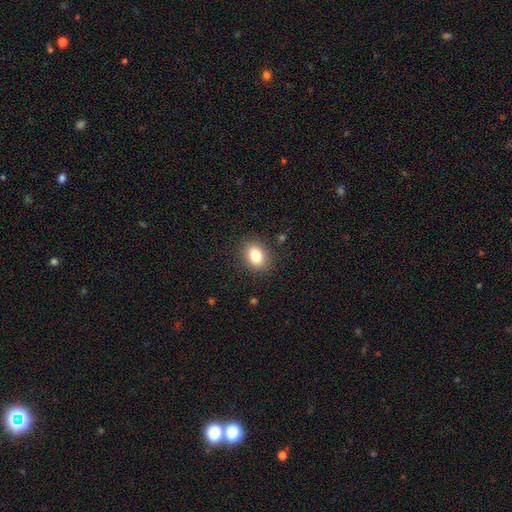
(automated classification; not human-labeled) Morphology: type=smooth (82%); roundness=in between (56%); merging=none (87%).